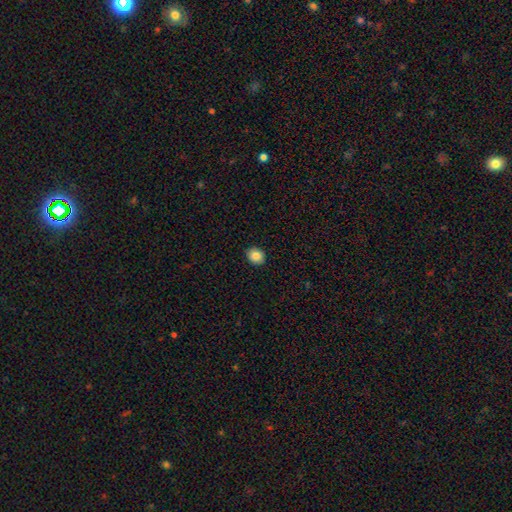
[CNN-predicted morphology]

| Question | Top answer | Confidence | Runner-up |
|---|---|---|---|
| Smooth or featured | smooth | 85% | star or artifact (9%) |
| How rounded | round | 64% | in between (35%) |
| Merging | none | 91% | minor disturbance (7%) |